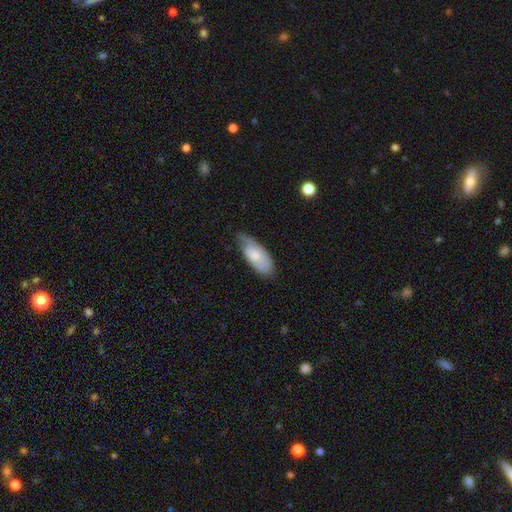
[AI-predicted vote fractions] Smooth or featured: smooth — 66% (featured or disk — 28%)
How rounded: in between — 85% (cigar-shaped — 13%)
Merging: none — 57% (minor disturbance — 33%)